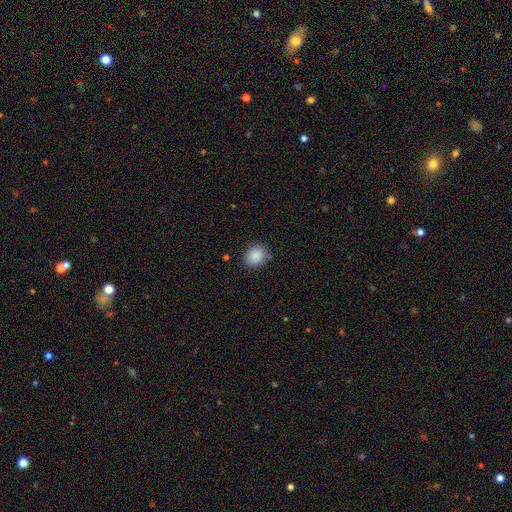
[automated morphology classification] Smooth or featured: smooth — 88% (star or artifact — 8%)
How rounded: round — 61% (in between — 38%)
Merging: none — 82% (minor disturbance — 13%)